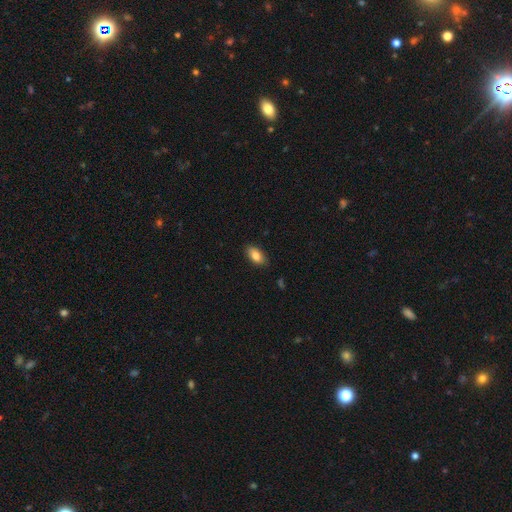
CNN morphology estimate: This appears to be a smooth galaxy with no disk features (83%) that is in between round and cigar-shaped (91%). Merging: none (86%).